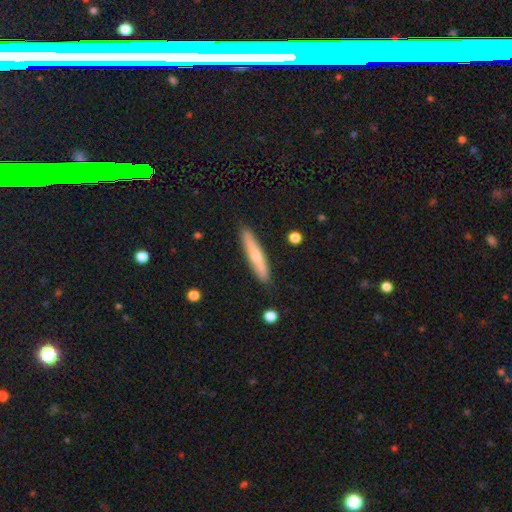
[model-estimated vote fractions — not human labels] Overall: smooth (60%; featured or disk 34%). How rounded: cigar-shaped (90%). Merging: none (88%).